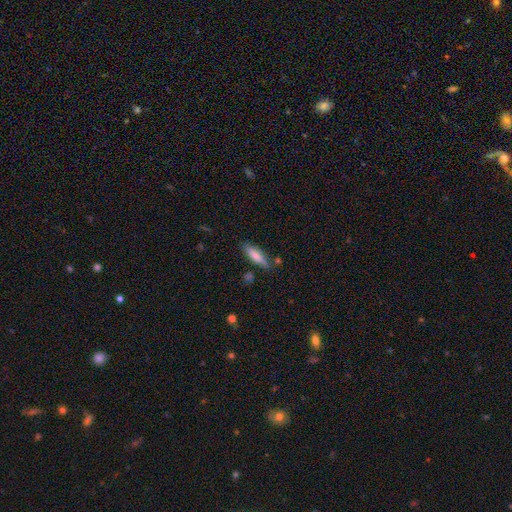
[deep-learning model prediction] Smooth or featured? smooth (76%)
How rounded? cigar-shaped (62%)
Merging? none (74%)